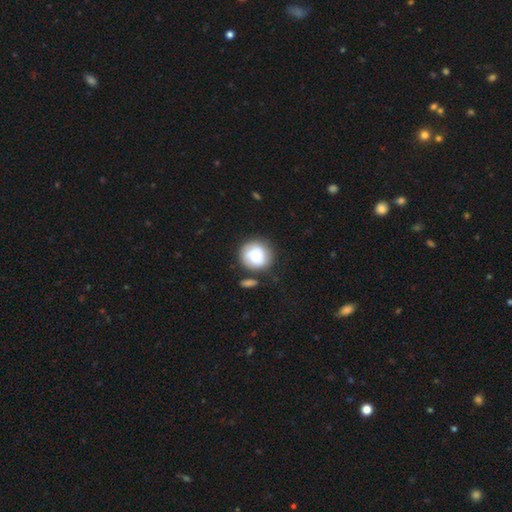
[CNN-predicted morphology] A smooth galaxy with no disk features (53%) that is round (90%).

Vote fractions:
- Smooth or featured? smooth: 53% / featured or disk: 40% / star or artifact: 8%
- How rounded? round: 90% / in between: 9% / cigar-shaped: 1%
- Merging? none: 69% / minor disturbance: 16% / merger: 8% / major disturbance: 6%